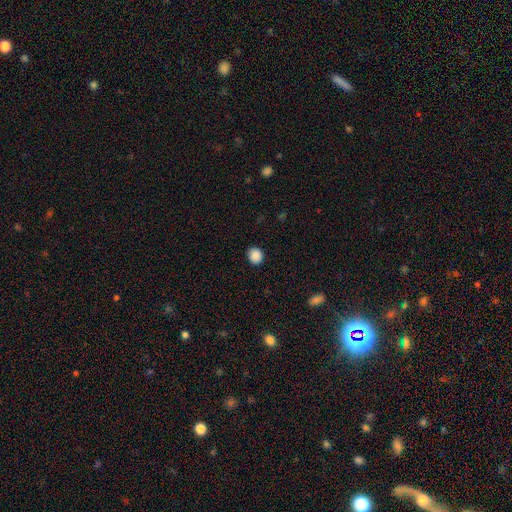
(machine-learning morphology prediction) smooth_or_featured: smooth (p=0.89) [alt: star or artifact p=0.09]
how_rounded: round (p=0.75) [alt: in between p=0.24]
merging: none (p=0.89) [alt: minor disturbance p=0.08]